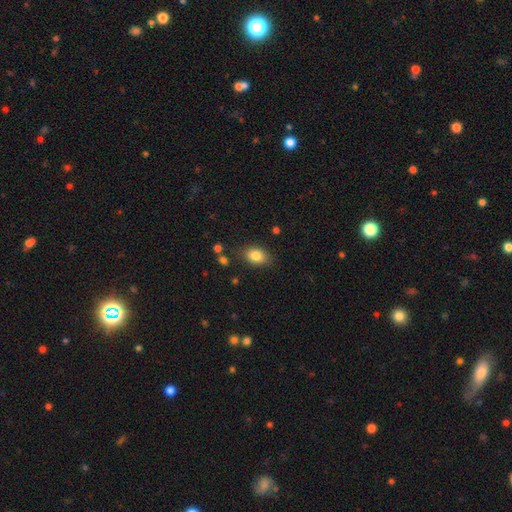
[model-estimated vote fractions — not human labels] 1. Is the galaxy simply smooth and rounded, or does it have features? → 84% smooth, 9% star or artifact, 7% featured or disk.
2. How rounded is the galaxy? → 81% in between, 18% round, 1% cigar-shaped.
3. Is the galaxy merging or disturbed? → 83% none, 12% minor disturbance, 3% major disturbance, 2% merger.